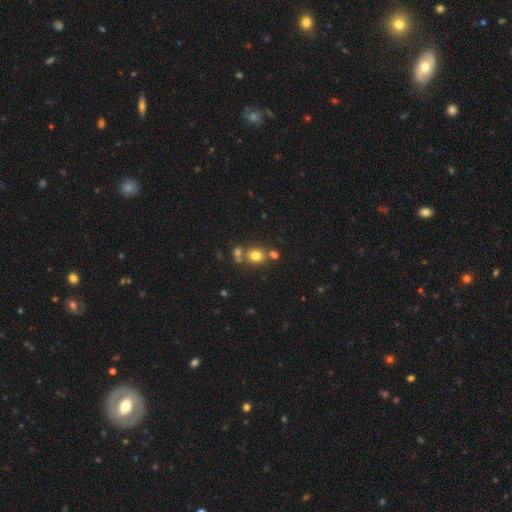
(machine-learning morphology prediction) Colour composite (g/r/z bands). It shows a smooth galaxy with no disk features (76%) that is round (70%). Merging: none (58%).